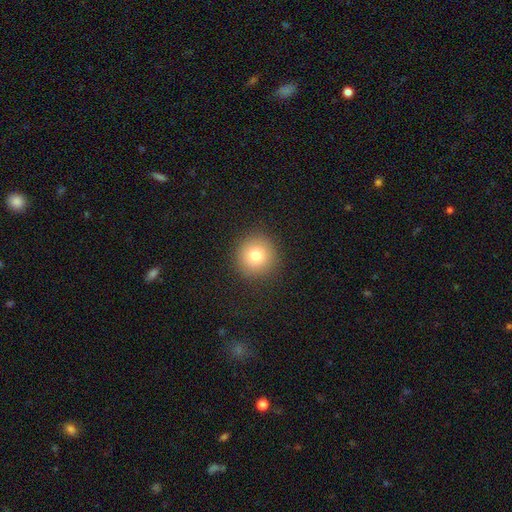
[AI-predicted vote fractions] Smooth or featured: smooth — 78% (star or artifact — 12%)
How rounded: round — 94% (in between — 5%)
Merging: none — 91% (minor disturbance — 6%)